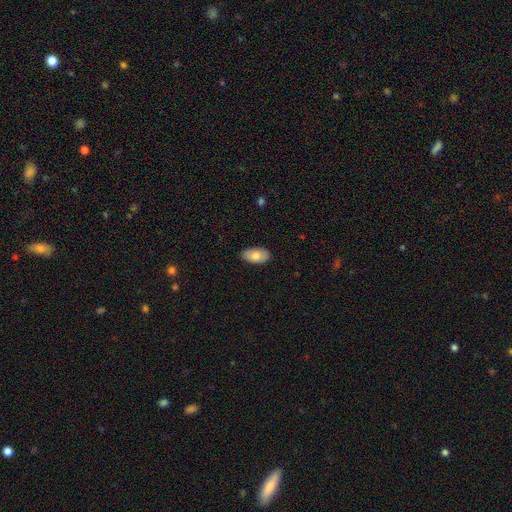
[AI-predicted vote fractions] The model was most divided on "smooth or featured": smooth: 74%, featured or disk: 20%, star or artifact: 6%. More confident: how rounded — in between (94%); merging — none (84%).